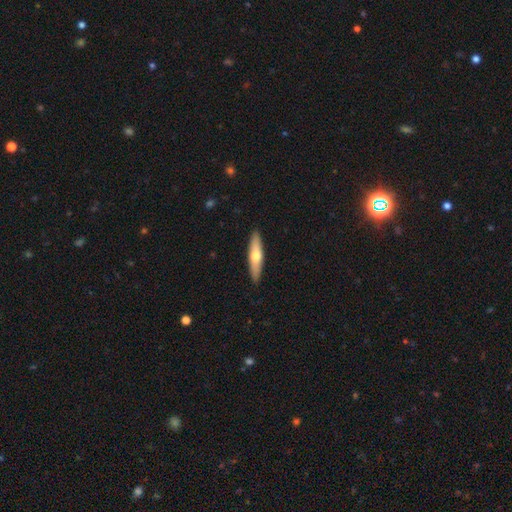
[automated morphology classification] A smooth galaxy with no disk features (56%) that is cigar-shaped (78%). Merging: none (90%).